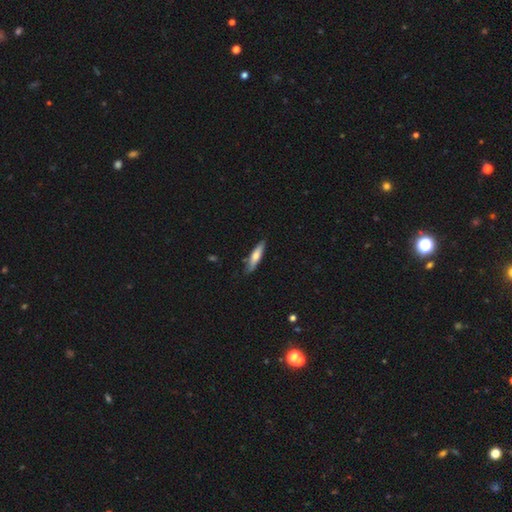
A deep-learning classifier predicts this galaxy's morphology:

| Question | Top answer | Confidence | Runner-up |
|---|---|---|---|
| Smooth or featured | smooth | 63% | featured or disk (31%) |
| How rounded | cigar-shaped | 77% | in between (21%) |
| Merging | none | 81% | minor disturbance (15%) |